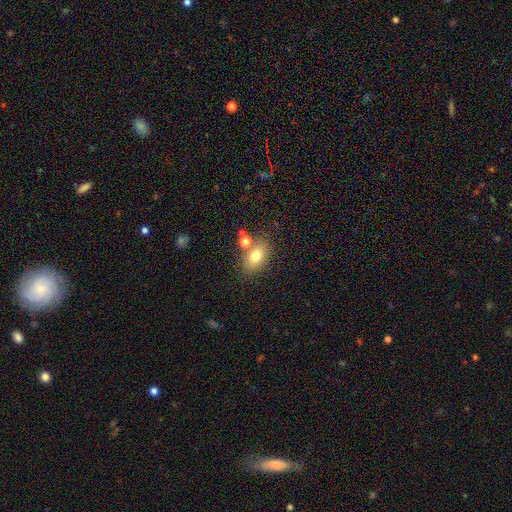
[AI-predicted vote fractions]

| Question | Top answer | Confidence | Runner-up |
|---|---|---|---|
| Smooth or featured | smooth | 74% | featured or disk (15%) |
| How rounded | in between | 81% | round (17%) |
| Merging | none | 67% | merger (17%) |